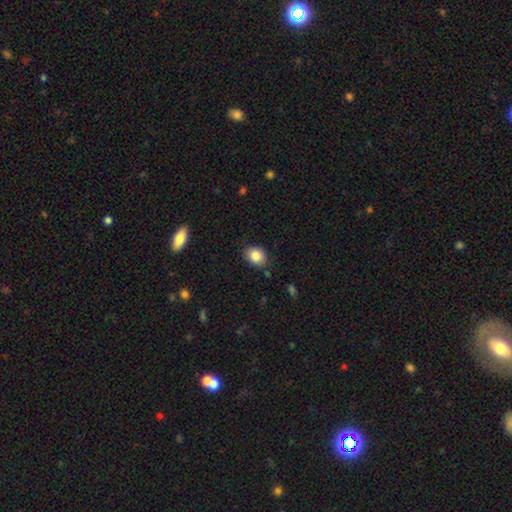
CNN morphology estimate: Overall: smooth (85%). How rounded: in between (58%; round 41%). Merging: none (81%).